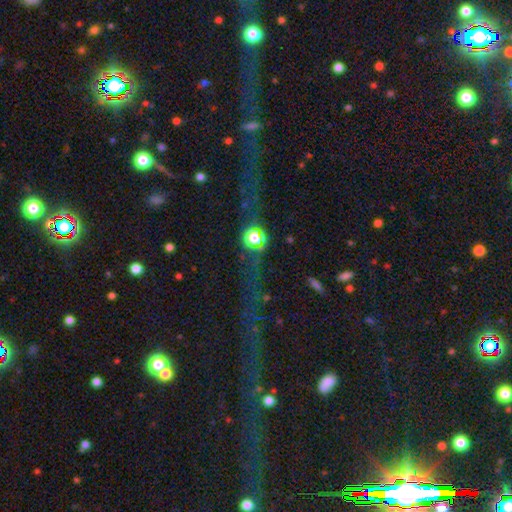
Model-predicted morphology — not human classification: A star or artifact, not a galaxy (74%).

Vote fractions:
- Smooth or featured? star or artifact: 74% / featured or disk: 14% / smooth: 13%